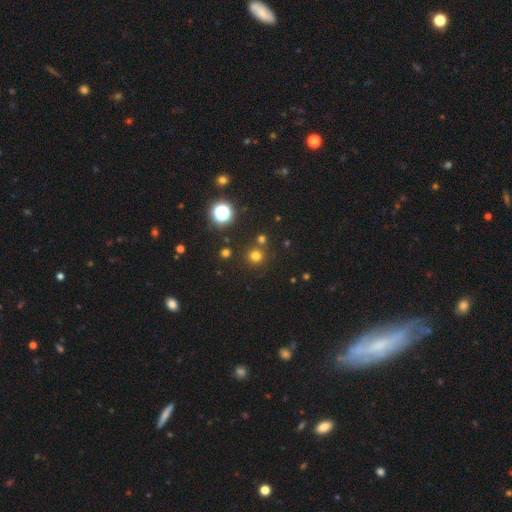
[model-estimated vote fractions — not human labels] Smooth or featured? Predicted: smooth (p=0.70). How rounded? Predicted: round (p=0.94). Merging? Predicted: none (p=0.81).